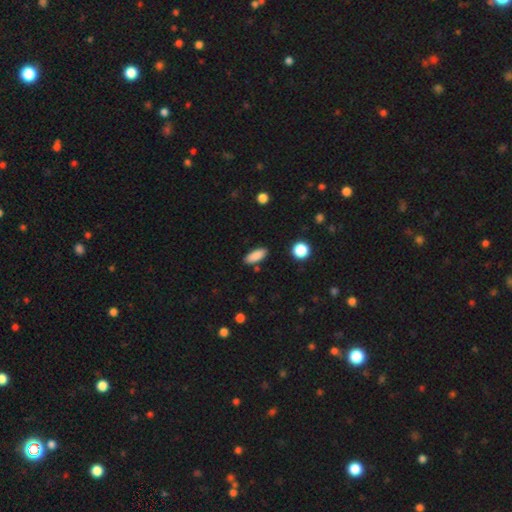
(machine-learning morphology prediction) Smooth or featured?
  - smooth: 87% *
  - star or artifact: 8%
  - featured or disk: 5%
How rounded?
  - in between: 76% *
  - cigar-shaped: 22%
  - round: 3%
Merging?
  - none: 87% *
  - minor disturbance: 9%
  - major disturbance: 2%
  - merger: 2%